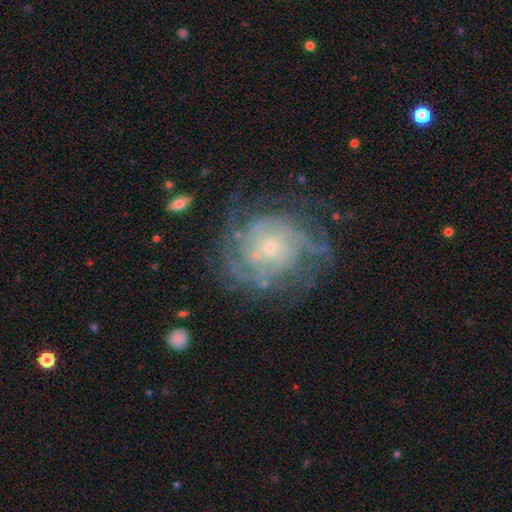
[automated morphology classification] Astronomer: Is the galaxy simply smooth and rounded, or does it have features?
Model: featured or disk — 83%.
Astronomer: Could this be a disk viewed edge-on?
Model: no — 97%.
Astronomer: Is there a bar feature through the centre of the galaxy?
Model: no — 74%.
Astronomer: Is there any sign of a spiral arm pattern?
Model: yes — 94%.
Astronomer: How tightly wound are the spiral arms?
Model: tight — 67%.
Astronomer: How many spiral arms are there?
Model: can't tell — 37% (runner-up: 4, 19%).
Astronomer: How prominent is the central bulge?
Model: small — 75%.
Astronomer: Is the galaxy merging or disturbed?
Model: none — 73%.